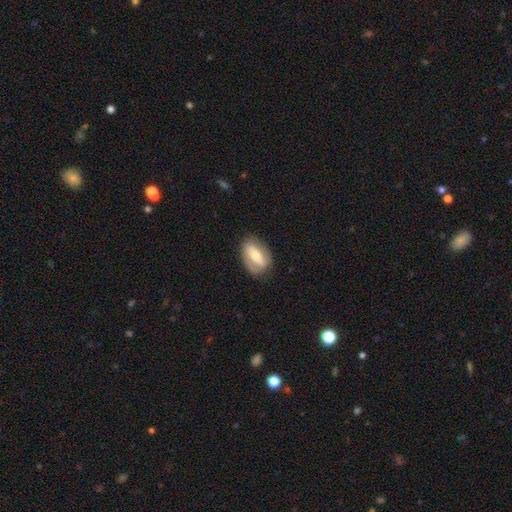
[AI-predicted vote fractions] Smooth or featured?
  - featured or disk: 55% *
  - smooth: 39%
  - star or artifact: 6%
Edge-on disk?
  - no: 89% *
  - yes: 11%
Merging?
  - none: 79% *
  - minor disturbance: 16%
  - major disturbance: 5%
  - merger: 1%